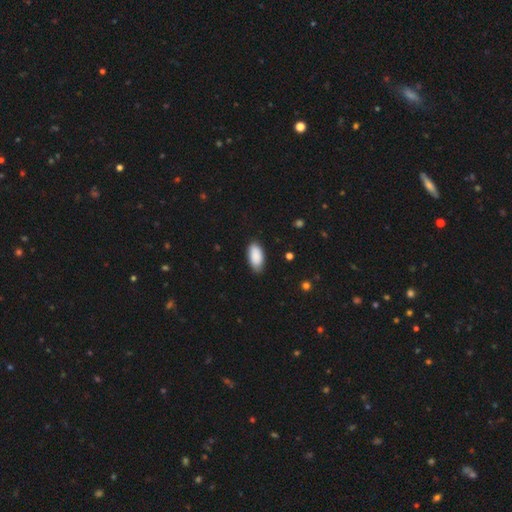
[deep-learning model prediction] Smooth or featured: smooth — 90% (star or artifact — 6%)
How rounded: in between — 94% (cigar-shaped — 5%)
Merging: none — 80% (minor disturbance — 16%)